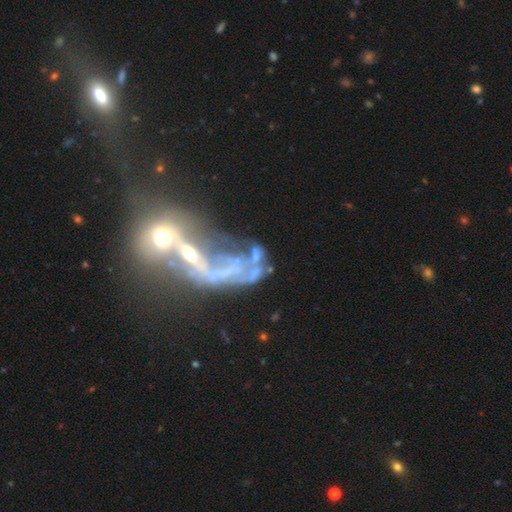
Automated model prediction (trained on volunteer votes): Smooth or featured?
  - featured or disk: 57% *
  - smooth: 25%
  - star or artifact: 17%
Edge-on disk?
  - no: 92% *
  - yes: 8%
Bar?
  - no: 72% *
  - weak: 15%
  - strong: 13%
Spiral arms?
  - no: 70% *
  - yes: 30%
Bulge size?
  - none: 54% *
  - small: 20%
  - moderate: 18%
  - large: 5%
  - dominant: 3%
Merging?
  - merger: 39% *
  - major disturbance: 28%
  - none: 21%
  - minor disturbance: 12%